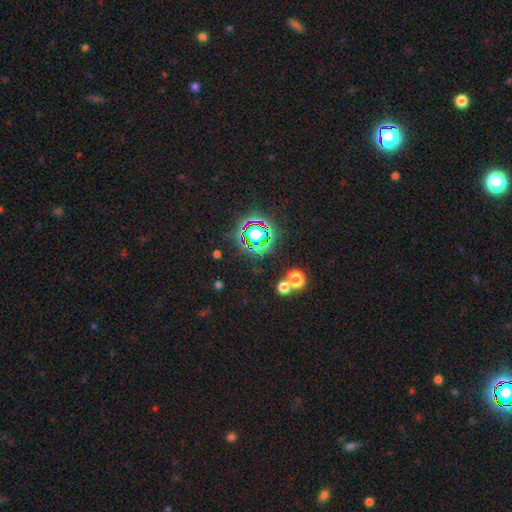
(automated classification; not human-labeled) smooth-or-featured: star or artifact: 72% | smooth: 19% | featured or disk: 9%